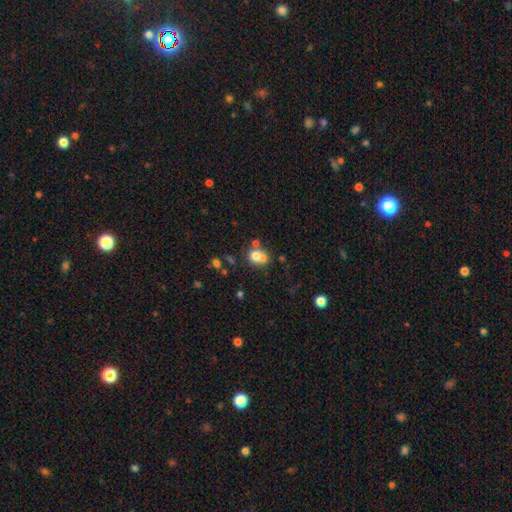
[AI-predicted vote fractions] Morphology: type=smooth (71%); roundness=round (67%); merging=merger (48%).